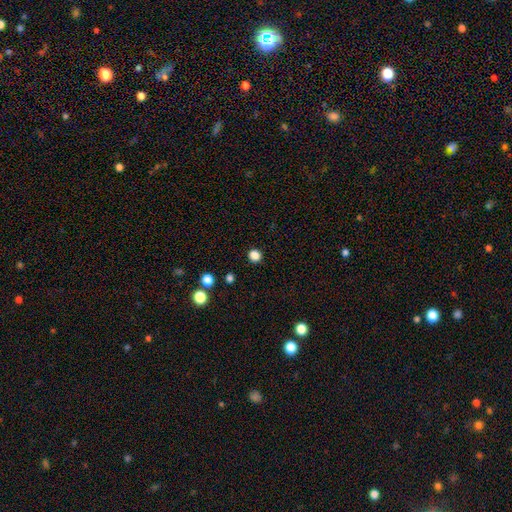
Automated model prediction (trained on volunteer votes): smooth 83%, star or artifact 14%, featured or disk 3%. Down the decision tree: how rounded — round (87%); merging — none (91%).